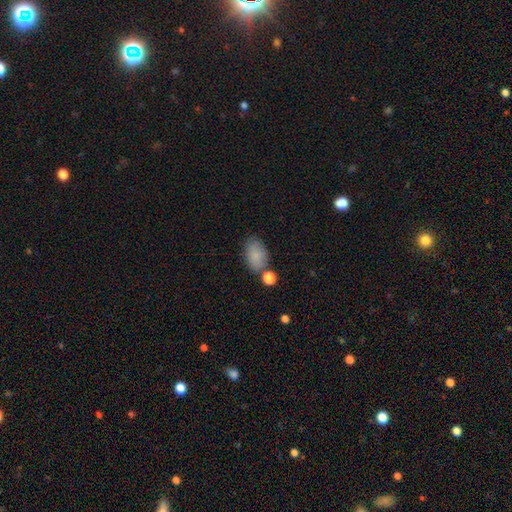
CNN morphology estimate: Q: Smooth or featured?
A: smooth (84%); runner-up: star or artifact (9%)
Q: How rounded?
A: in between (90%); runner-up: round (8%)
Q: Merging?
A: none (67%); runner-up: minor disturbance (17%)